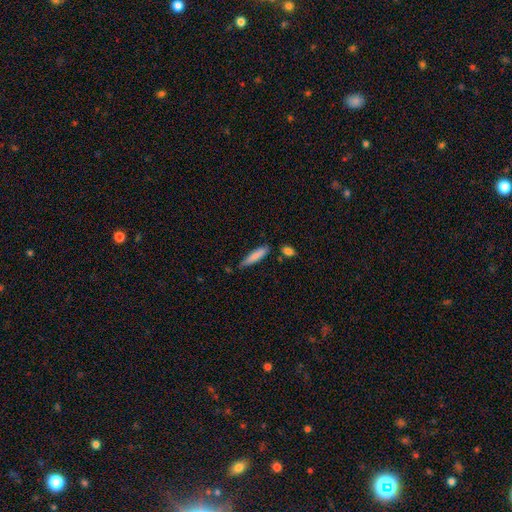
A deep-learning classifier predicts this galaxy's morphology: A smooth galaxy with no disk features (77%) that is cigar-shaped (80%). Merging: none (69%).